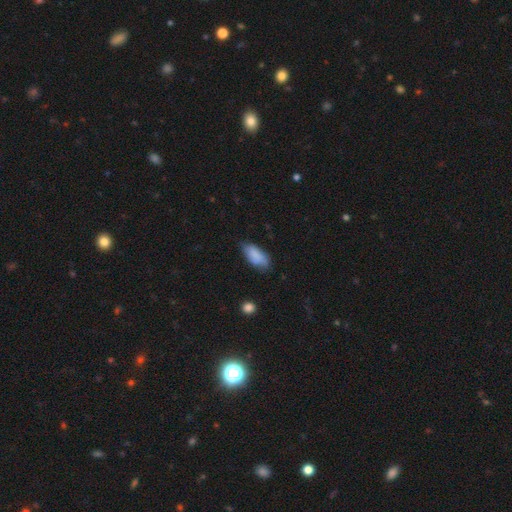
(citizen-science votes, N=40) This is clearly a smooth galaxy (90%). How rounded: clearly in between (86%). Merging: possibly none (59%).